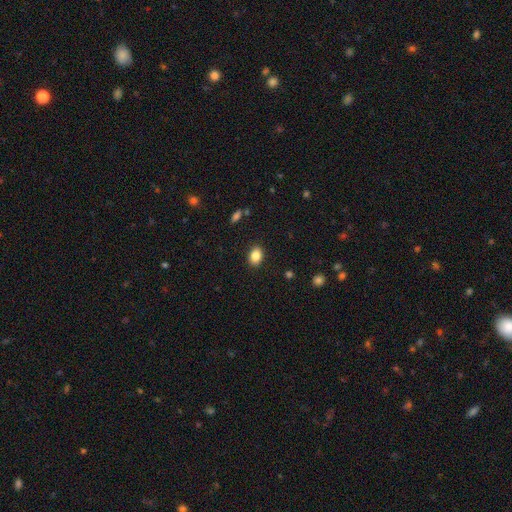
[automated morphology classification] Smooth or featured? Predicted: smooth (p=0.86). How rounded? Predicted: in between (p=0.77). Merging? Predicted: none (p=0.89).